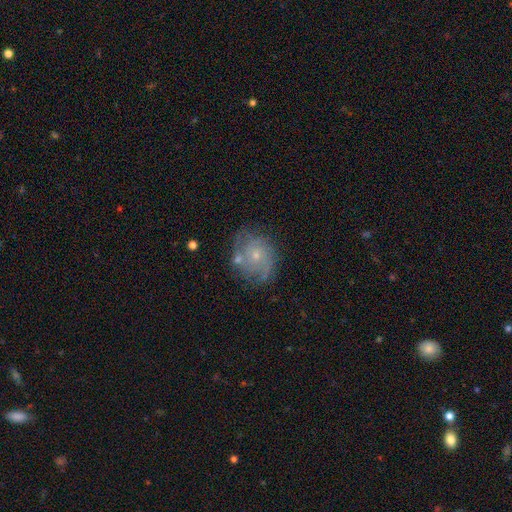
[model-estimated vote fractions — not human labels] Smooth or featured? featured or disk (69%)
Edge-on disk? no (98%)
Bar? no (79%)
Spiral arms? yes (86%)
Spiral winding? tight (48%)
Spiral arm count? 2 (39%)
Bulge size? small (69%)
Merging? none (64%)